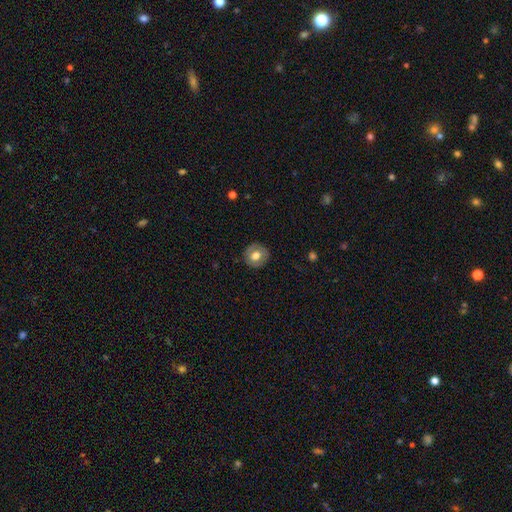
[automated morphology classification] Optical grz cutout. It shows a smooth galaxy with no disk features (59%) that is round (84%). Merging: none (85%).